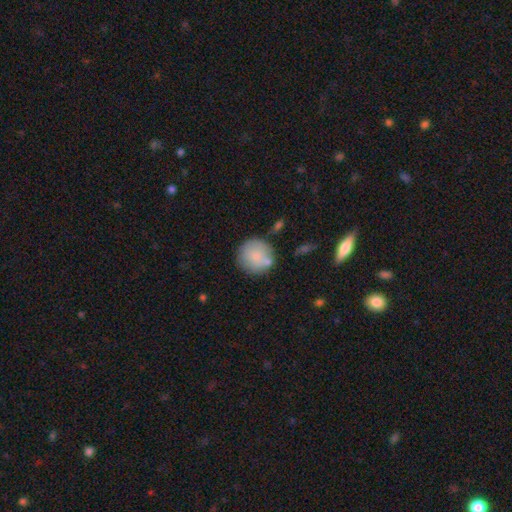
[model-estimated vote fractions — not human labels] This appears to be a smooth galaxy with no disk features (79%) that is round (94%). Merging: none (73%).